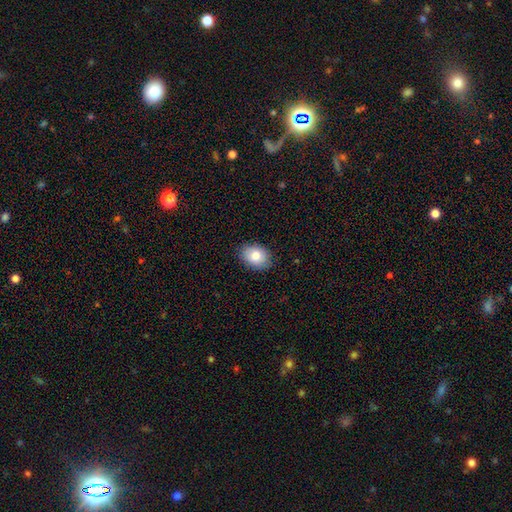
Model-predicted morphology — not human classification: Smooth or featured: smooth — 81% (featured or disk — 12%)
How rounded: in between — 74% (round — 25%)
Merging: none — 86% (minor disturbance — 11%)